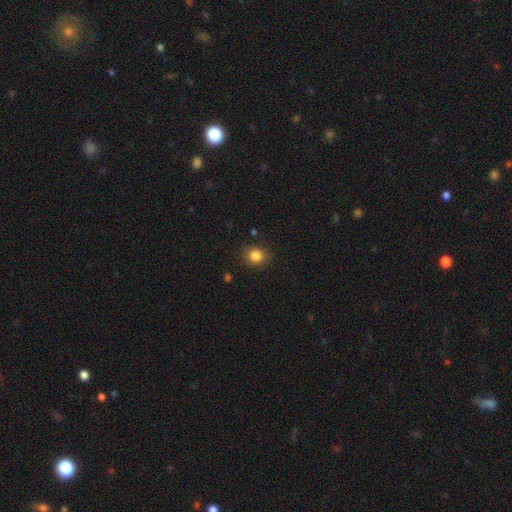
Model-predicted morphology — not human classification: The model was most divided on "how rounded": round: 75%, in between: 24%, cigar-shaped: 1%. More confident: merging — none (86%); smooth or featured — smooth (84%).